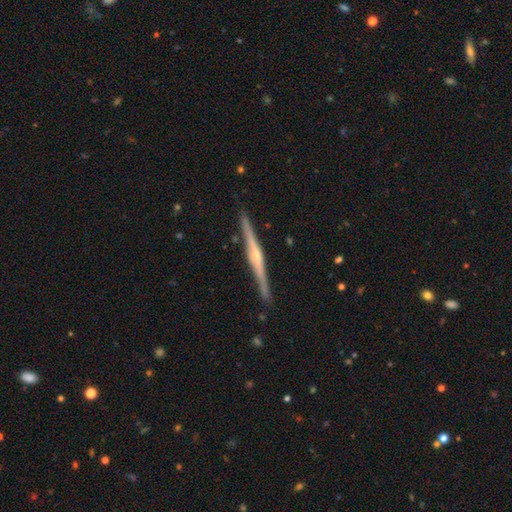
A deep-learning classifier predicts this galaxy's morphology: featured or disk 82%, smooth 13%, star or artifact 5%. Down the decision tree: edge-on disk — yes (98%); edge-on bulge — rounded (71%); merging — none (90%).